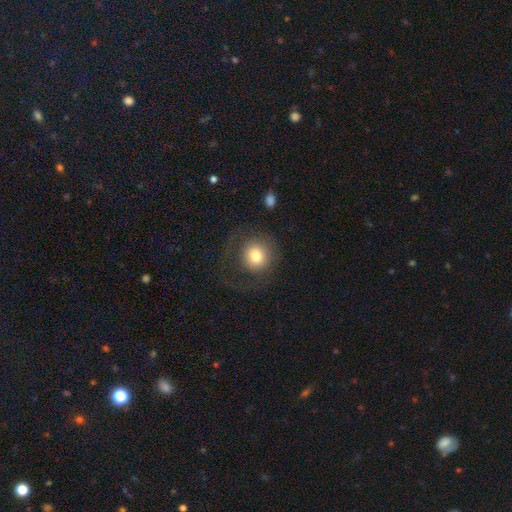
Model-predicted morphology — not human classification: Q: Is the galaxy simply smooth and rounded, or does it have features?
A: smooth — 75%.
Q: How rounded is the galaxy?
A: round — 90%.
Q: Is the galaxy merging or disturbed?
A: none — 67%.